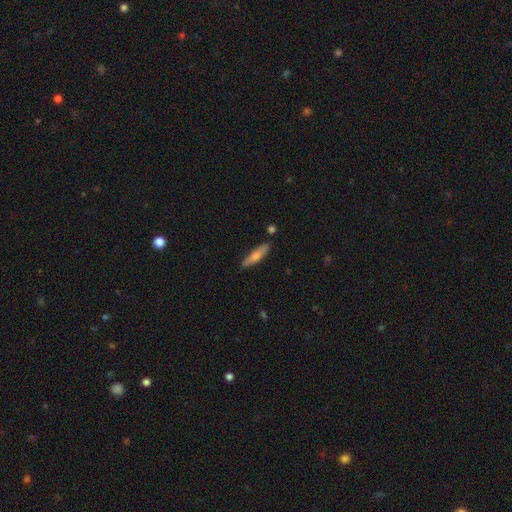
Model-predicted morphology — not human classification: Smooth or featured: smooth — 54% (featured or disk — 40%)
How rounded: cigar-shaped — 80% (in between — 18%)
Merging: none — 86% (minor disturbance — 10%)